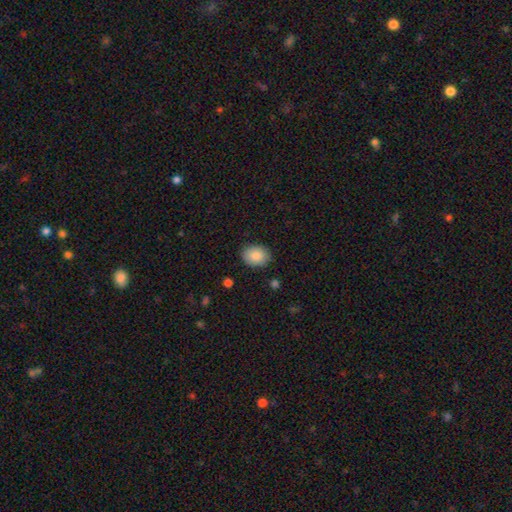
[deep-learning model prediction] smooth-or-featured: smooth: 87% | star or artifact: 7% | featured or disk: 6%
  how-rounded: in between: 60% | round: 39% | cigar-shaped: 1%
  merging: none: 86% | minor disturbance: 10% | major disturbance: 2% | merger: 1%